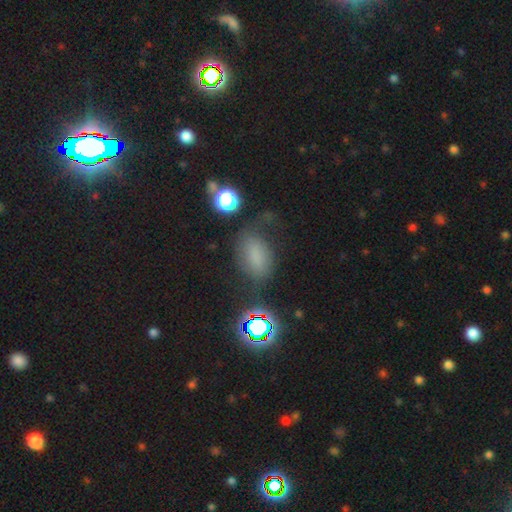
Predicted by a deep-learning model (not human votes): The model was most divided on "merging": none: 56%, minor disturbance: 24%, major disturbance: 16%, merger: 5%. More confident: how rounded — in between (81%); smooth or featured — smooth (63%).